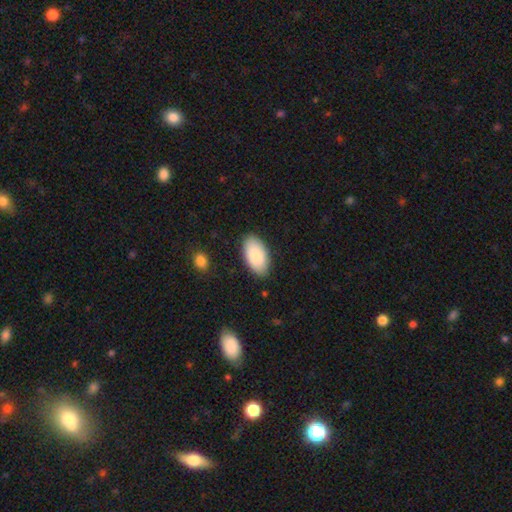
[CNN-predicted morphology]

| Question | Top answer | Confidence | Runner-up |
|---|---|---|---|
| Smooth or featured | smooth | 85% | featured or disk (9%) |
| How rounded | in between | 96% | round (2%) |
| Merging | none | 85% | minor disturbance (11%) |